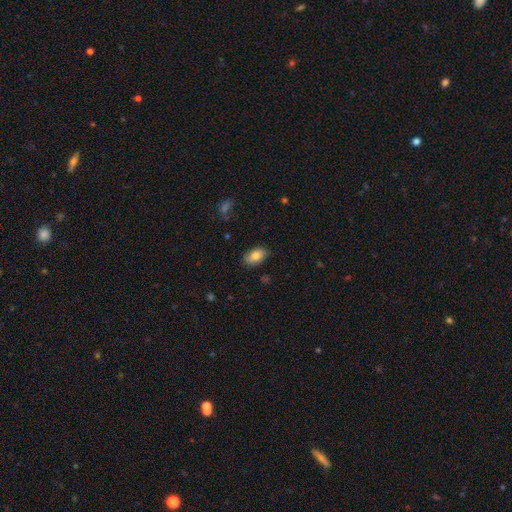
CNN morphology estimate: A smooth galaxy with no disk features (83%) that is in between round and cigar-shaped (93%). Merging: none (84%).